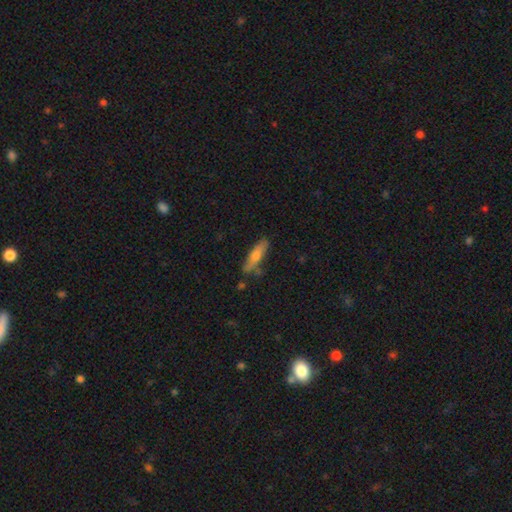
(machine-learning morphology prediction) Overall: smooth (52%; featured or disk 40%). How rounded: cigar-shaped (76%). Merging: none (77%).